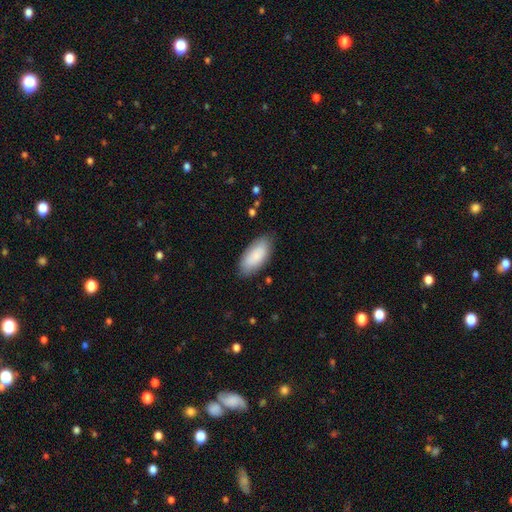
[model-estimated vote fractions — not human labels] A smooth galaxy with no disk features (87%) that is in between round and cigar-shaped (92%).

Vote fractions:
- Smooth or featured? smooth: 87% / featured or disk: 8% / star or artifact: 6%
- How rounded? in between: 92% / cigar-shaped: 6% / round: 2%
- Merging? none: 82% / minor disturbance: 14% / major disturbance: 3% / merger: 1%